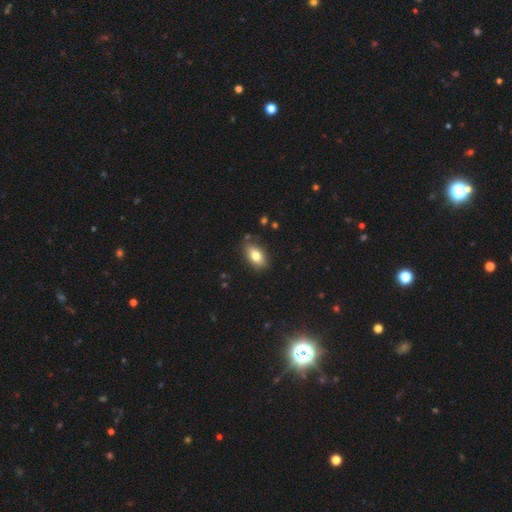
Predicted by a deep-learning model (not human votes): Smooth or featured? Predicted: smooth (p=0.79). How rounded? Predicted: in between (p=0.89). Merging? Predicted: none (p=0.84).